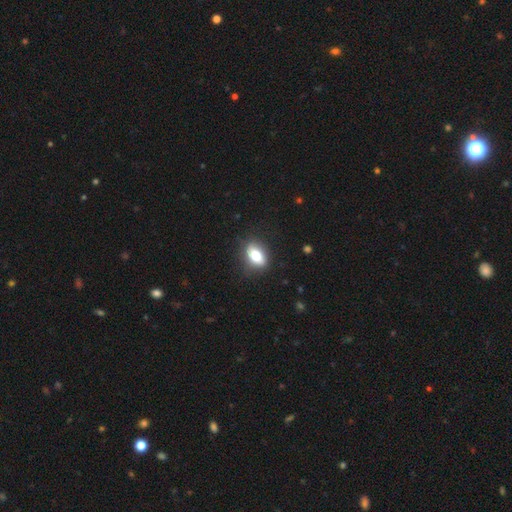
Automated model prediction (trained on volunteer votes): smooth-or-featured: smooth: 73% | featured or disk: 19% | star or artifact: 8%
  how-rounded: in between: 81% | round: 15% | cigar-shaped: 5%
  merging: none: 81% | minor disturbance: 14% | major disturbance: 4% | merger: 1%